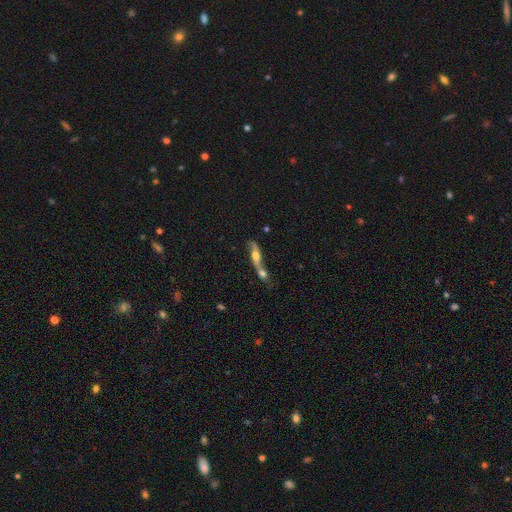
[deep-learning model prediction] Smooth or featured? Predicted: featured or disk (p=0.59). Edge-on disk? Predicted: no (p=0.50, tied with yes). Merging? Predicted: merger (p=0.57).